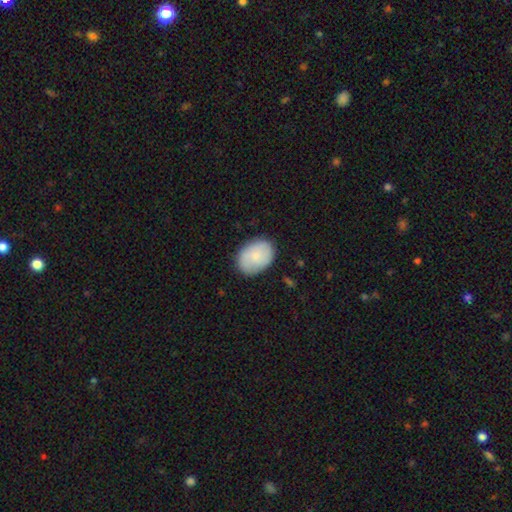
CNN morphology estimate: A smooth galaxy with no disk features (77%) that is in between round and cigar-shaped (71%).

Vote fractions:
- Smooth or featured? smooth: 77% / featured or disk: 17% / star or artifact: 6%
- How rounded? in between: 71% / round: 28% / cigar-shaped: 1%
- Merging? none: 81% / minor disturbance: 15% / major disturbance: 3% / merger: 1%